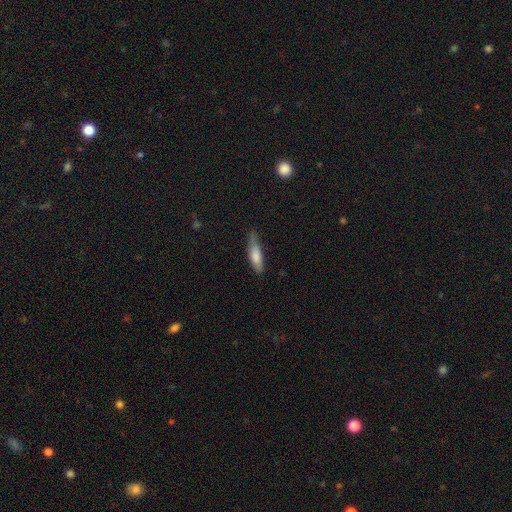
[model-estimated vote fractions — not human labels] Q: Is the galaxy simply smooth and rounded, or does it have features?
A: smooth — 75%.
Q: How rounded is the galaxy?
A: cigar-shaped — 64%.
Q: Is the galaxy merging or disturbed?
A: none — 56%.